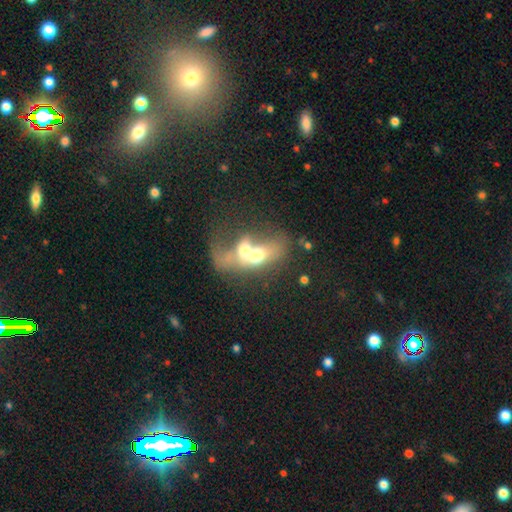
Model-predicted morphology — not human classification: type=smooth (50%); merging=merger (76%).